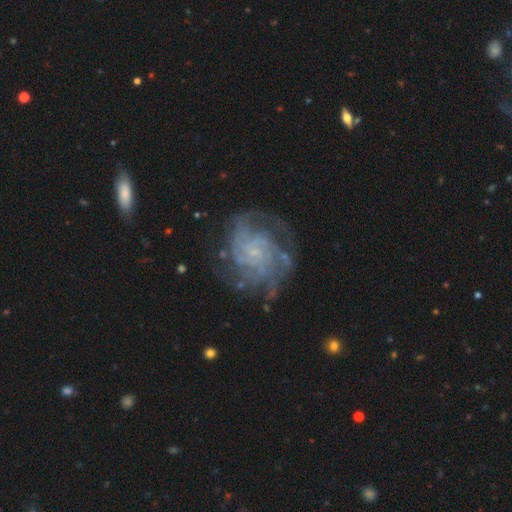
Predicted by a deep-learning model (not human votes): The model was most divided on "spiral arm count": can't tell: 27%, 4: 24%, 3: 18%, 2: 12%, more than 4: 12%, 1: 8%. More confident: edge-on disk — no (97%); spiral arms — yes (97%); smooth or featured — featured or disk (85%); bulge size — small (78%); merging — none (74%); bar — no (72%); spiral winding — tight (60%).